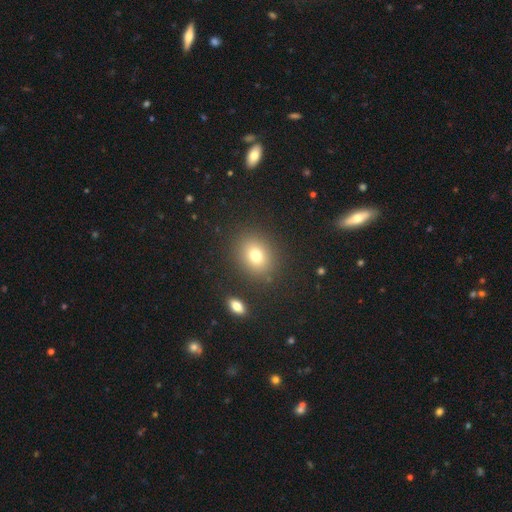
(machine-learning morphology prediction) This is likely a smooth galaxy (76%). How rounded: possibly round (57%). Merging: clearly none (86%).